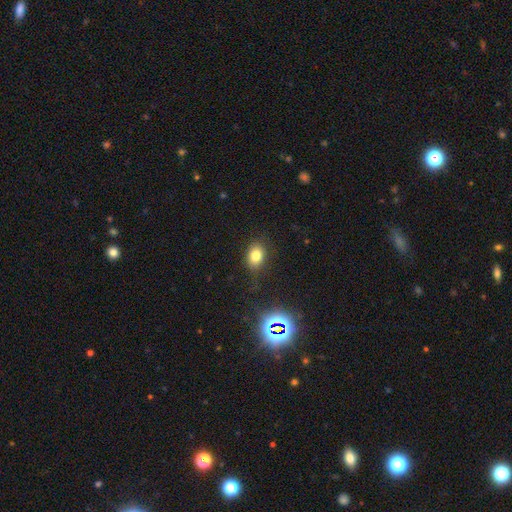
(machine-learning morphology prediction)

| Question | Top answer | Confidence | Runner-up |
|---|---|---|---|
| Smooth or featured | smooth | 78% | star or artifact (14%) |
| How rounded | in between | 73% | round (26%) |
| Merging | none | 83% | minor disturbance (12%) |